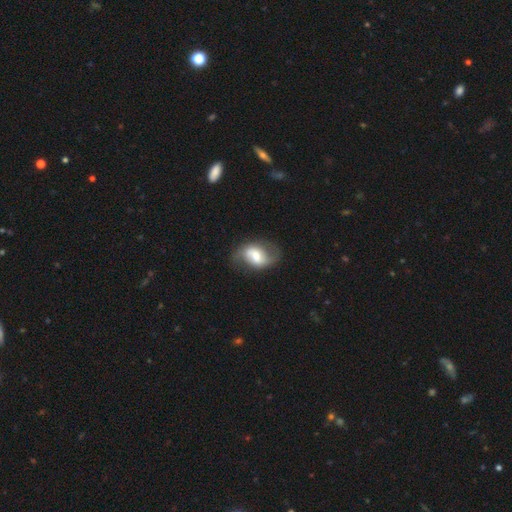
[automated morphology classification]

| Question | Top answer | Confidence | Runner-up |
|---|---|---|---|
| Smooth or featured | featured or disk | 61% | smooth (32%) |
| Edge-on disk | no | 95% | yes (5%) |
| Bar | weak | 45% | strong (29%) |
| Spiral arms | yes | 81% | no (19%) |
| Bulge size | moderate | 53% | small (25%) |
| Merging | none | 64% | minor disturbance (22%) |